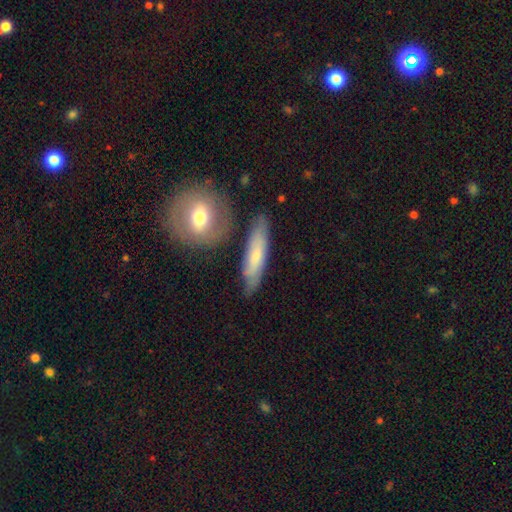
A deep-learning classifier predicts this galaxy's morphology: Q: Smooth or featured?
A: smooth (55%); runner-up: featured or disk (39%)
Q: How rounded?
A: cigar-shaped (66%); runner-up: in between (30%)
Q: Merging?
A: none (74%); runner-up: minor disturbance (16%)